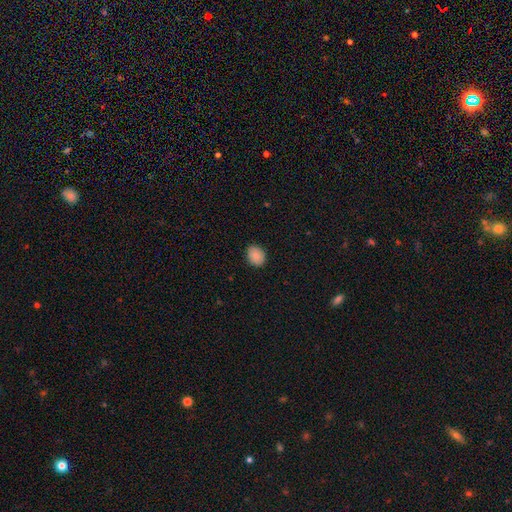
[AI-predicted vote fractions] smooth-or-featured: smooth: 88% | star or artifact: 8% | featured or disk: 4%
  how-rounded: round: 54% | in between: 45% | cigar-shaped: 1%
  merging: none: 88% | minor disturbance: 9% | major disturbance: 2% | merger: 1%